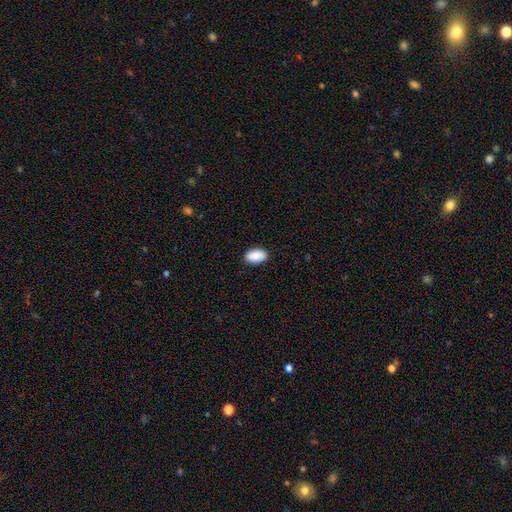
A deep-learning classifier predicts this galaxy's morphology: A smooth galaxy with no disk features (88%) that is in between round and cigar-shaped (93%). Merging: none (88%).